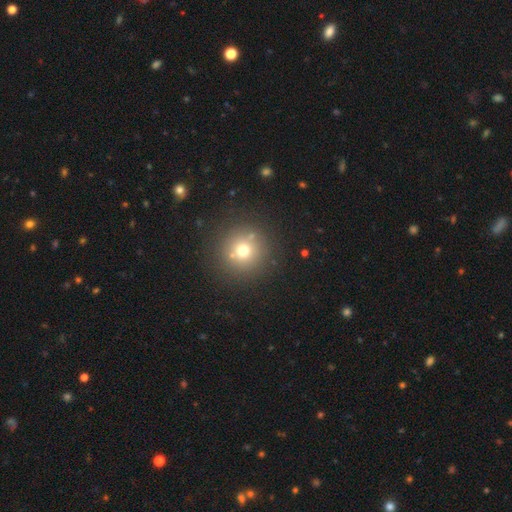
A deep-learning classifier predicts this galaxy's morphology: smooth 63%, star or artifact 26%, featured or disk 11%. Down the decision tree: how rounded — round (94%); merging — none (90%).